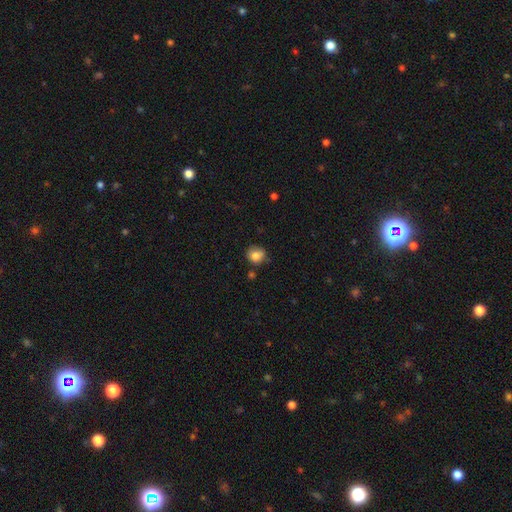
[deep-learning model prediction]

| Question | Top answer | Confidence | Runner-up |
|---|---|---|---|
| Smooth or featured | smooth | 82% | star or artifact (10%) |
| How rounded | round | 83% | in between (16%) |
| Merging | none | 72% | minor disturbance (21%) |